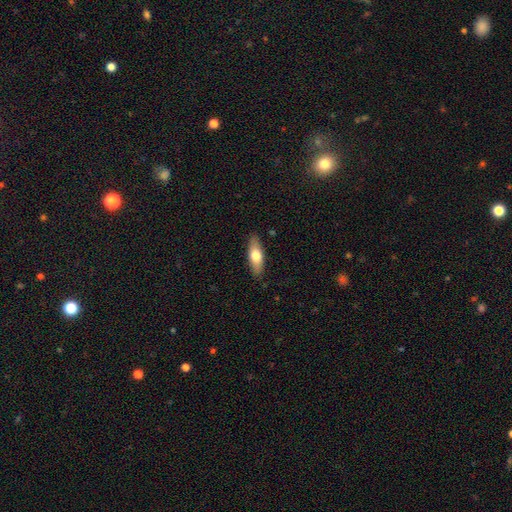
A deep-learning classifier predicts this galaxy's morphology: A smooth galaxy with no disk features (66%) that is in between round and cigar-shaped (64%).

Vote fractions:
- Smooth or featured? smooth: 66% / featured or disk: 28% / star or artifact: 6%
- How rounded? in between: 64% / cigar-shaped: 33% / round: 3%
- Merging? none: 87% / minor disturbance: 10% / major disturbance: 2% / merger: 1%